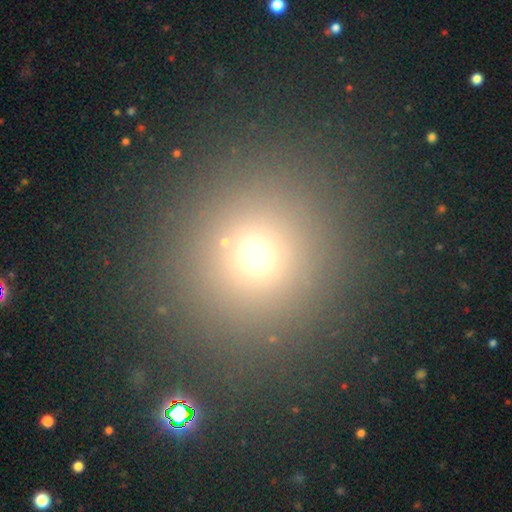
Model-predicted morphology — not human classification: Smooth or featured? Predicted: smooth (p=0.64). How rounded? Predicted: round (p=0.91). Merging? Predicted: none (p=0.86).